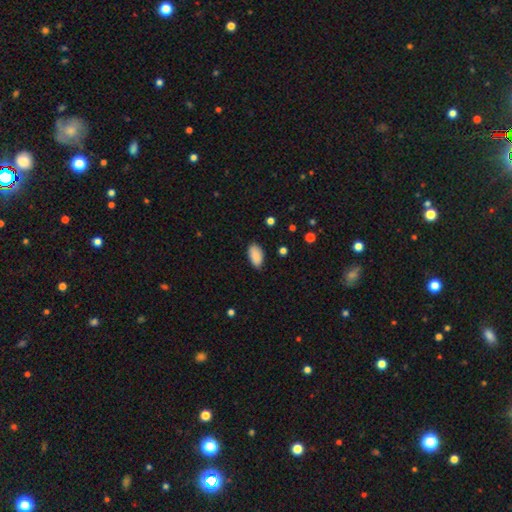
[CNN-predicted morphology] Smooth or featured: smooth — 89% (star or artifact — 7%)
How rounded: in between — 94% (round — 3%)
Merging: none — 80% (minor disturbance — 16%)